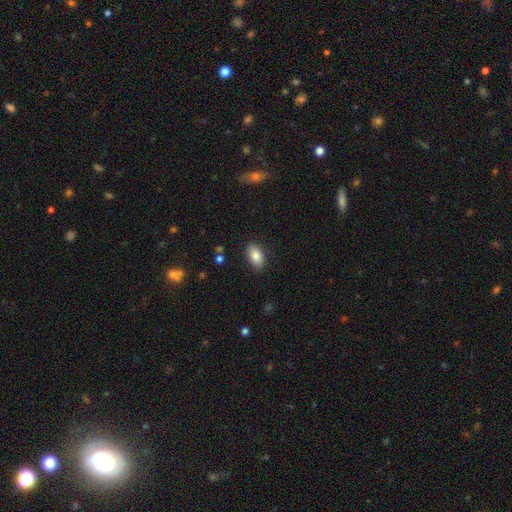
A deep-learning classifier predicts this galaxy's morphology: type=smooth (85%); roundness=in between (93%); merging=none (86%).